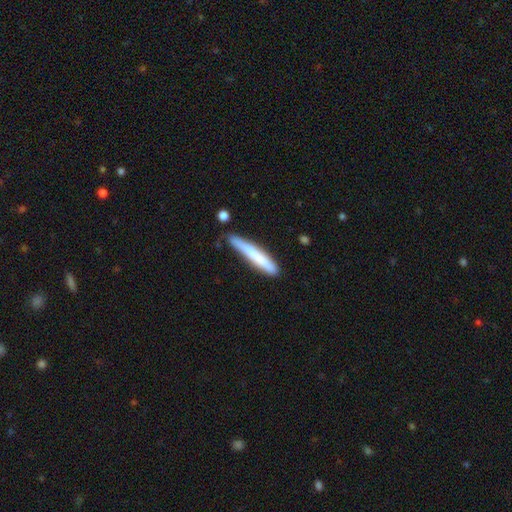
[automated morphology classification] smooth_or_featured: smooth (p=0.70) [alt: featured or disk p=0.25]
how_rounded: cigar-shaped (p=0.95) [alt: in between p=0.04]
merging: none (p=0.72) [alt: minor disturbance p=0.21]